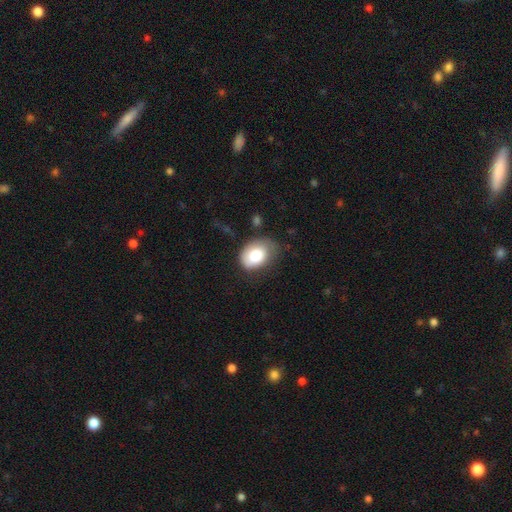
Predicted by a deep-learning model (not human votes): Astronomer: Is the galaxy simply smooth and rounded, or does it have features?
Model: smooth — 79%.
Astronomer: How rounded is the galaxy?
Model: in between — 72%.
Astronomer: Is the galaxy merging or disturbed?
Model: none — 53% (runner-up: minor disturbance, 32%).